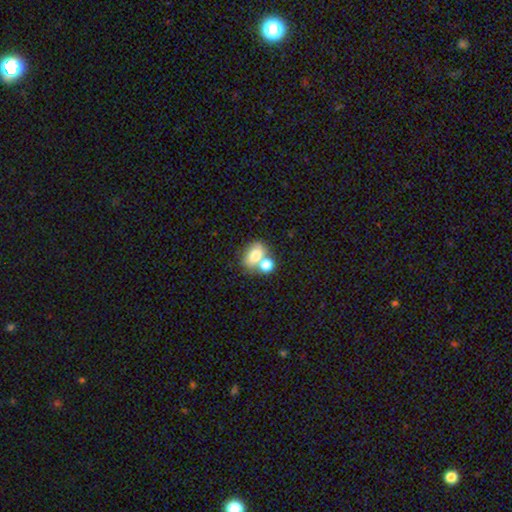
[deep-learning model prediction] This appears to be a smooth galaxy with no disk features (76%) that is in between round and cigar-shaped (73%). Merging: merger (57%).